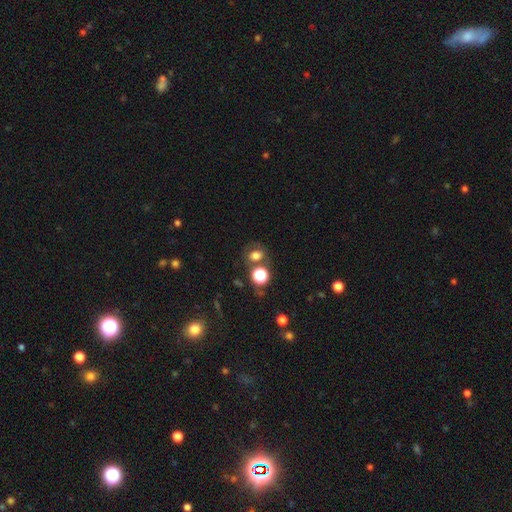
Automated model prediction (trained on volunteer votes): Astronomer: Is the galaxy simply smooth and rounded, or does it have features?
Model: smooth — 66%.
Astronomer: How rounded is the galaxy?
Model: round — 58% (runner-up: in between, 40%).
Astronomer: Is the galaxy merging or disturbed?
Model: none — 62%.